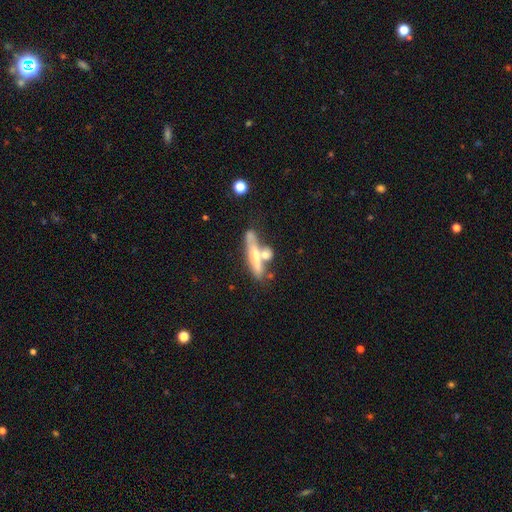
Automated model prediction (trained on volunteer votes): Smooth or featured? Predicted: featured or disk (p=0.55). Edge-on disk? Predicted: yes (p=0.82). Merging? Predicted: none (p=0.46).